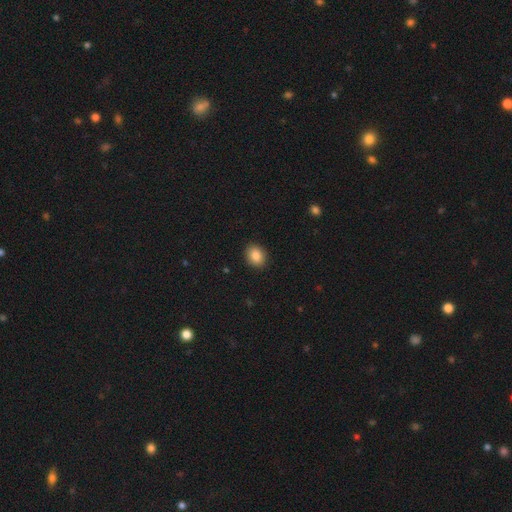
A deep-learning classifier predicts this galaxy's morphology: Smooth or featured? smooth (86%)
How rounded? round (53%)
Merging? none (90%)